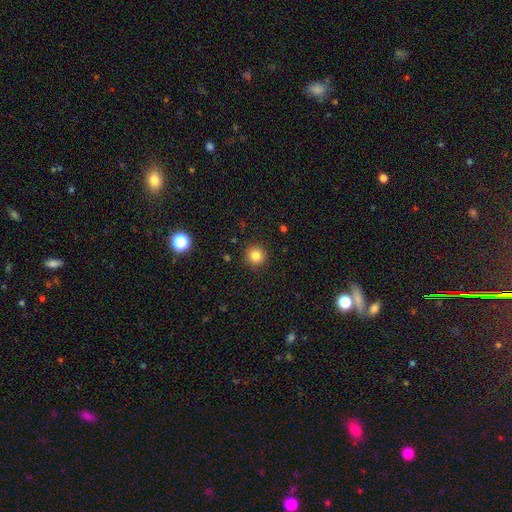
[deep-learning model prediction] Overall: smooth (82%). How rounded: round (95%). Merging: none (92%).